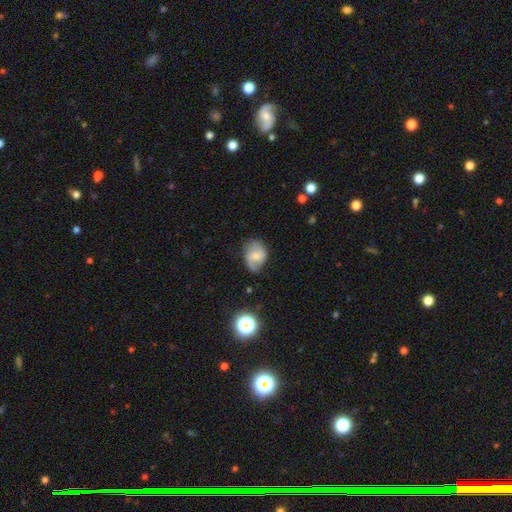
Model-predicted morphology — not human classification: Smooth or featured? featured or disk (51%)
Edge-on disk? no (97%)
Merging? none (60%)